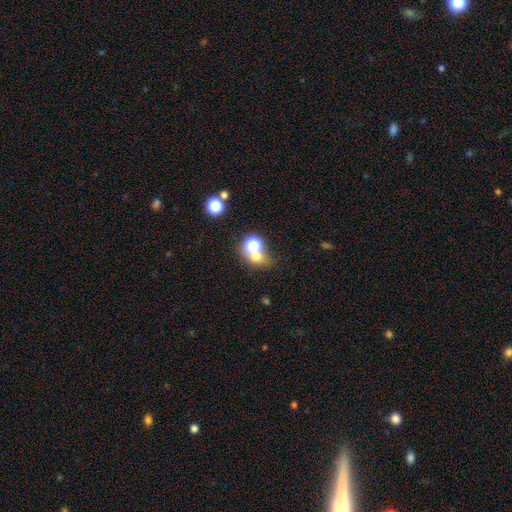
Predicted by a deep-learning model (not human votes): Overall: smooth (61%; star or artifact 26%). How rounded: round (66%; in between 32%). Merging: none (45%; merger 39%).